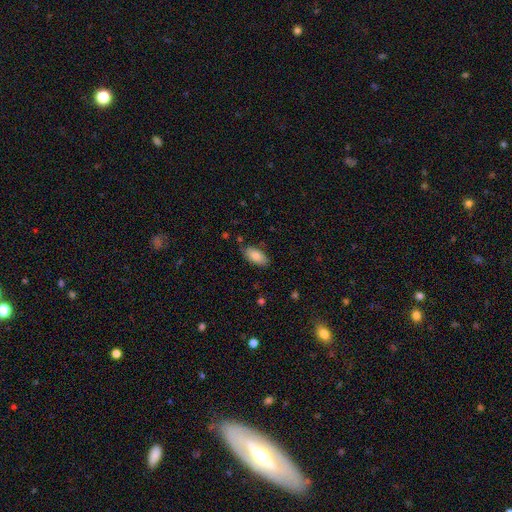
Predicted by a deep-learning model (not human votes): A smooth galaxy with no disk features (82%) that is in between round and cigar-shaped (93%).

Vote fractions:
- Smooth or featured? smooth: 82% / featured or disk: 12% / star or artifact: 7%
- How rounded? in between: 93% / cigar-shaped: 5% / round: 2%
- Merging? none: 80% / minor disturbance: 15% / major disturbance: 3% / merger: 2%